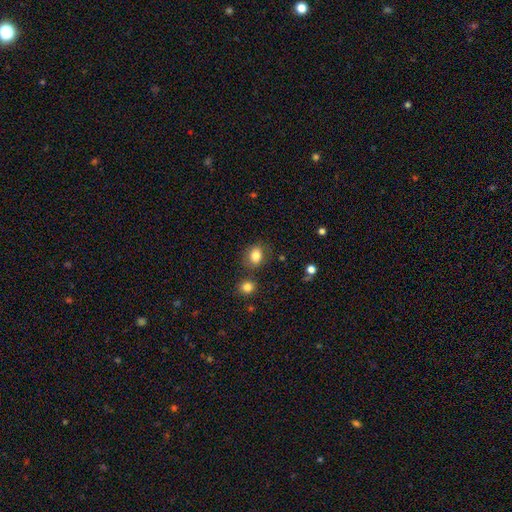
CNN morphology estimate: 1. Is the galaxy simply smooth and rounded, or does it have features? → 82% smooth, 10% star or artifact, 8% featured or disk.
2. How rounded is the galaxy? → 50% in between, 49% round, 1% cigar-shaped.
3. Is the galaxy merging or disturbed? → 75% none, 13% minor disturbance, 8% merger, 4% major disturbance.